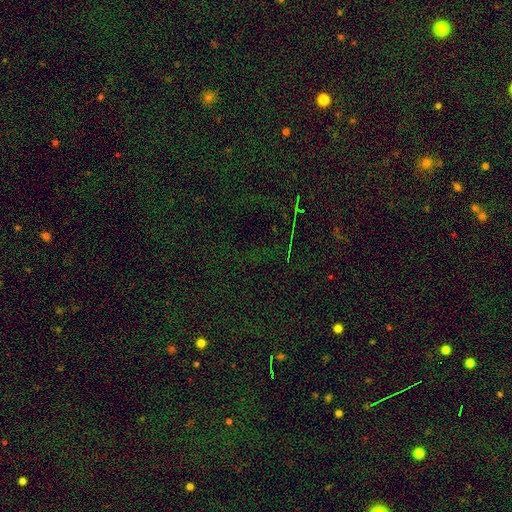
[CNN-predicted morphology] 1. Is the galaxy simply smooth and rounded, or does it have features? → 78% star or artifact, 14% smooth, 8% featured or disk.